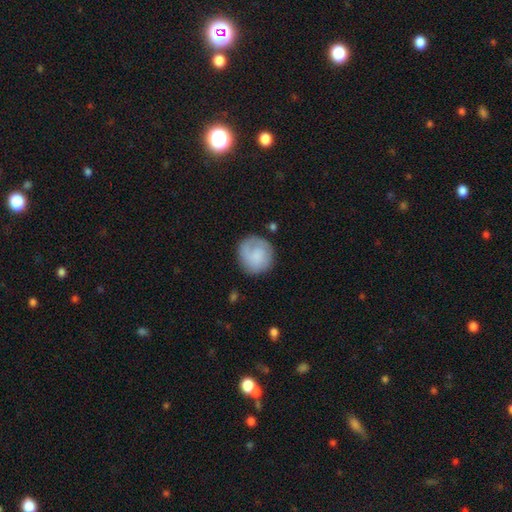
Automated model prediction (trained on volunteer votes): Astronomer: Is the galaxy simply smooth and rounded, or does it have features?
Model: smooth — 62%.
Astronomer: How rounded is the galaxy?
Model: round — 89%.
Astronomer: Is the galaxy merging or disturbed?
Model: none — 73%.